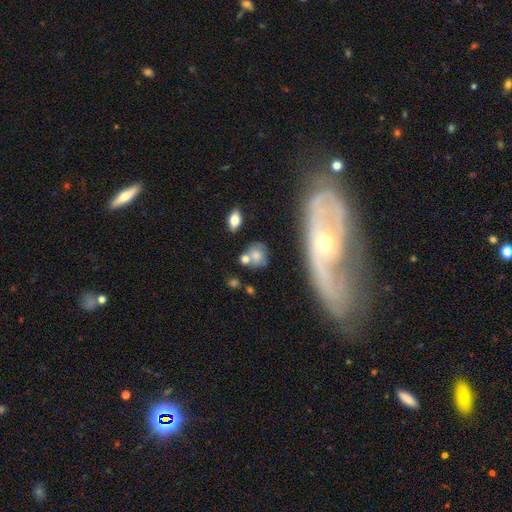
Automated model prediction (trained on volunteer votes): Smooth or featured: smooth — 69% (featured or disk — 20%)
How rounded: round — 68% (in between — 29%)
Merging: none — 59% (merger — 19%)